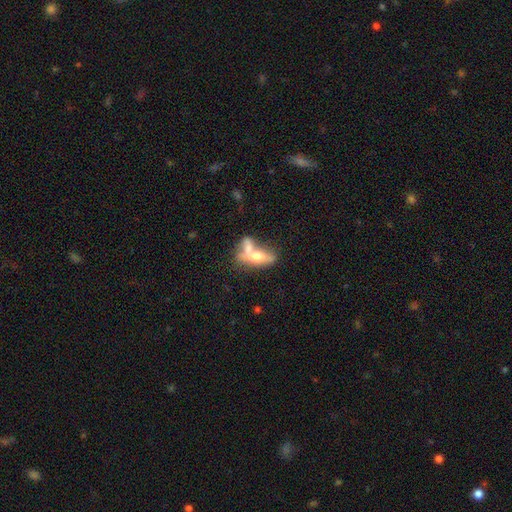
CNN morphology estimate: type=smooth (53%); roundness=in between (69%); merging=merger (55%).